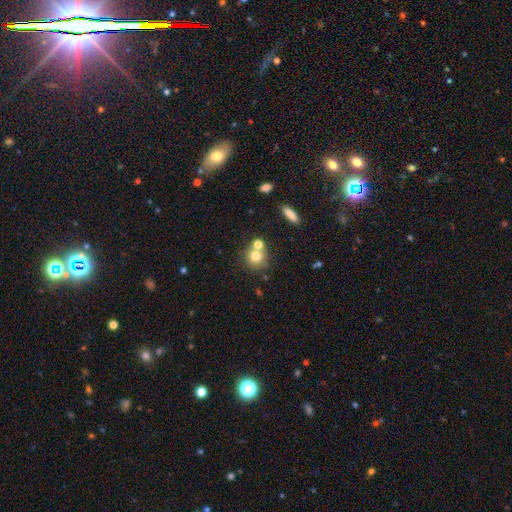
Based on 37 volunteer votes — smooth 73%, featured or disk 22%, star or artifact 5%. Down the decision tree: how rounded — round (93%); merging — merger (51%).